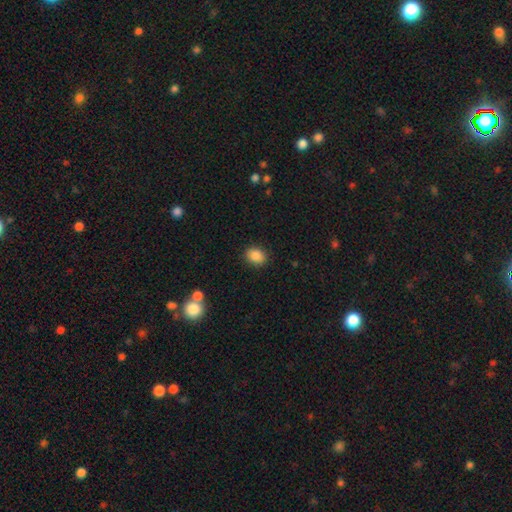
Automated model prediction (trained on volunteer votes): smooth_or_featured: smooth (p=0.87) [alt: star or artifact p=0.09]
how_rounded: in between (p=0.57) [alt: round p=0.42]
merging: none (p=0.88) [alt: minor disturbance p=0.08]